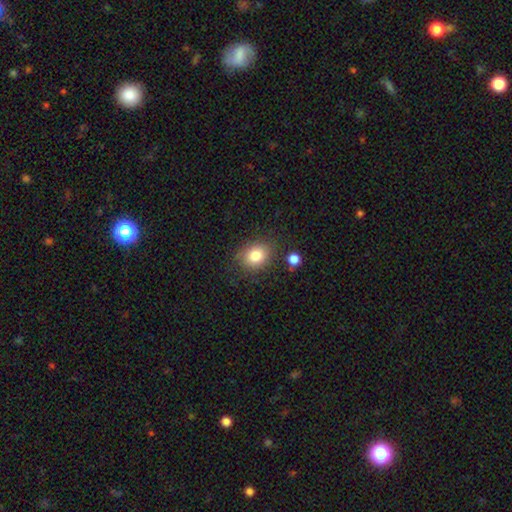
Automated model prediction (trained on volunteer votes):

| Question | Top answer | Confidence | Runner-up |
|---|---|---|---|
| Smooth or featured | smooth | 82% | star or artifact (10%) |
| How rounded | round | 50% | in between (49%) |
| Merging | none | 77% | minor disturbance (14%) |